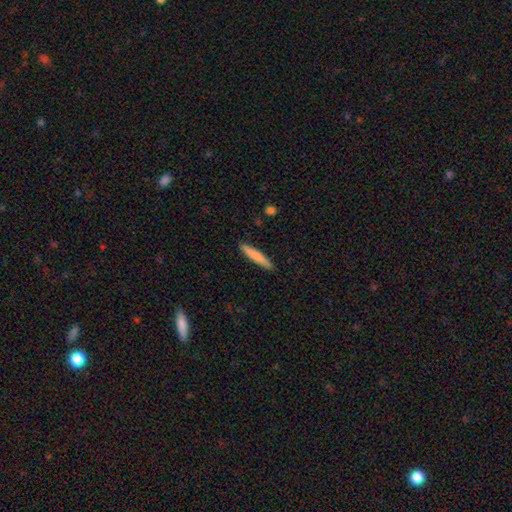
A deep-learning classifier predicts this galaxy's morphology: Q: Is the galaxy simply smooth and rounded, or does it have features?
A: smooth — 77%.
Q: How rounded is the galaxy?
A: cigar-shaped — 93%.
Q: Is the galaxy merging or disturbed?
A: none — 90%.